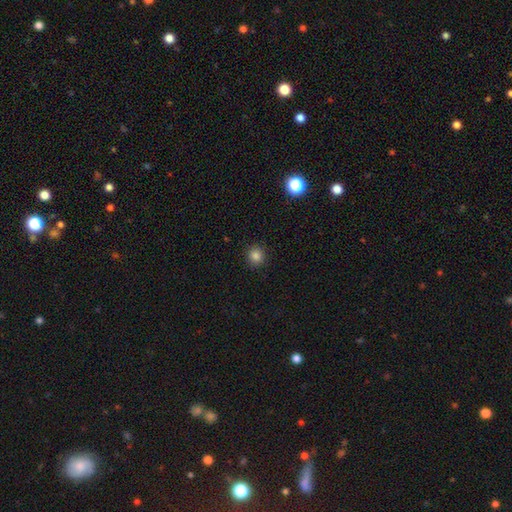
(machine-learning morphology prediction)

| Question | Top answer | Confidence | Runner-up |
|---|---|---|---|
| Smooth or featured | smooth | 84% | star or artifact (12%) |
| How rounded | round | 92% | in between (7%) |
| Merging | none | 91% | minor disturbance (6%) |